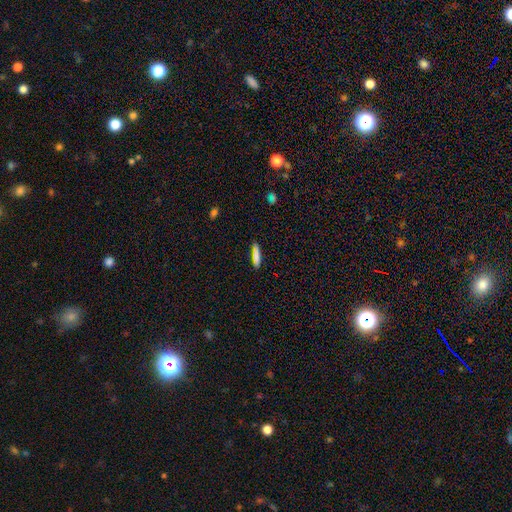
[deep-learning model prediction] smooth 79%, featured or disk 14%, star or artifact 7%. Down the decision tree: how rounded — cigar-shaped (89%); merging — none (86%).